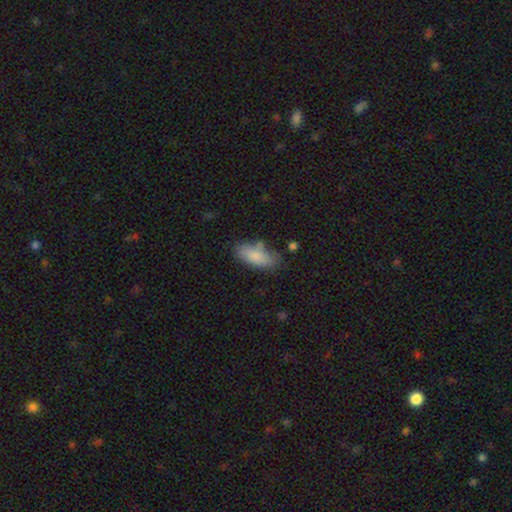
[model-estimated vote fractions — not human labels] This is clearly a smooth galaxy (84%). How rounded: clearly in between (81%). Merging: likely none (65%).